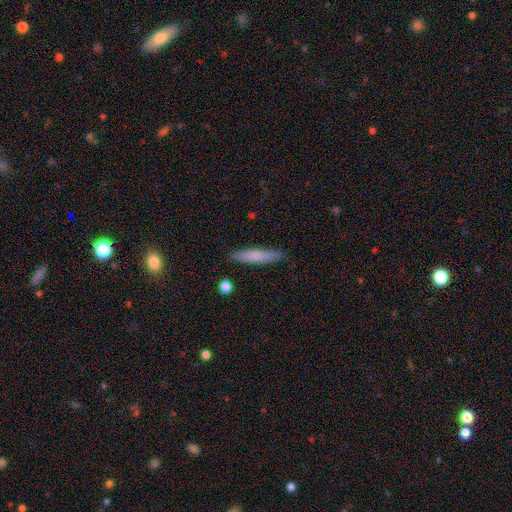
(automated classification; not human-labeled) smooth_or_featured: smooth (p=0.74) [alt: featured or disk p=0.20]
how_rounded: cigar-shaped (p=0.88) [alt: in between p=0.10]
merging: none (p=0.89) [alt: minor disturbance p=0.08]